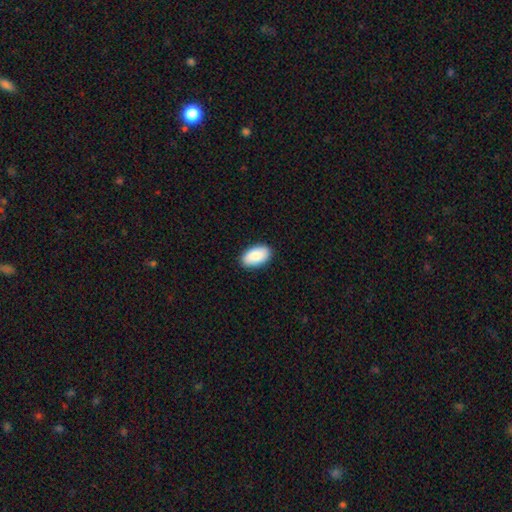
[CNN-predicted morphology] This is clearly a smooth galaxy (89%). How rounded: clearly in between (95%). Merging: clearly none (89%).